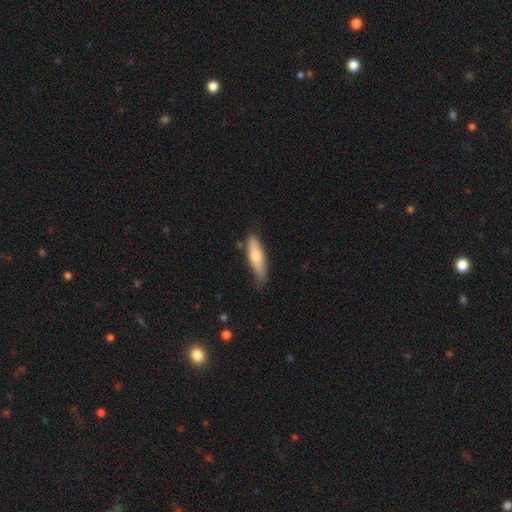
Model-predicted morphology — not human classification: A smooth galaxy with no disk features (67%) that is cigar-shaped (60%). Merging: none (72%).